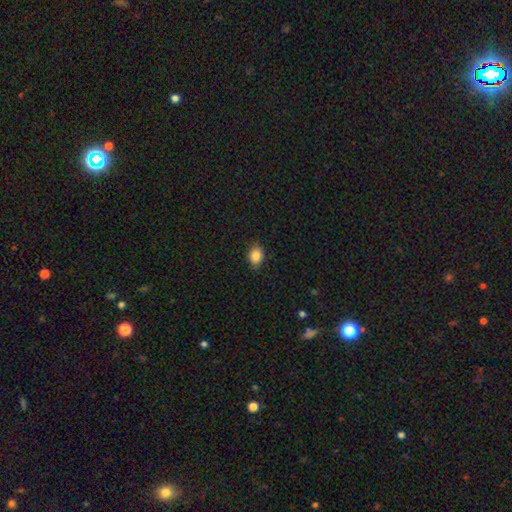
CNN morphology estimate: The model was most divided on "how rounded": in between: 59%, round: 40%, cigar-shaped: 1%. More confident: smooth or featured — smooth (86%); merging — none (82%).